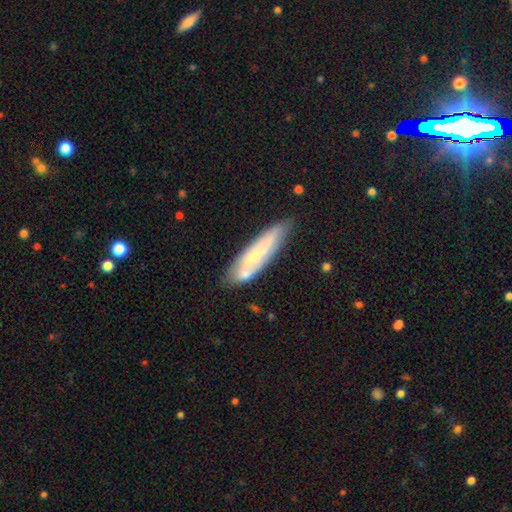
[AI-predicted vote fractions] Smooth or featured: featured or disk — 49% (smooth — 44%)
Merging: none — 73% (minor disturbance — 18%)